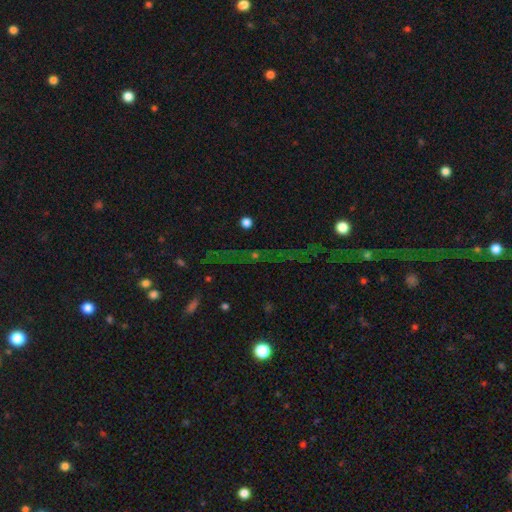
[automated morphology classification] Q: Smooth or featured?
A: star or artifact (74%); runner-up: smooth (14%)